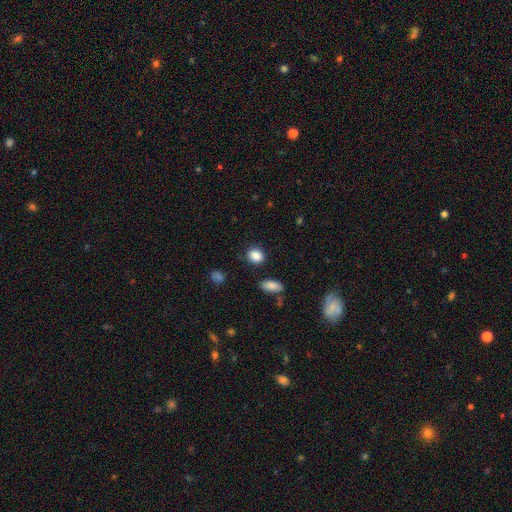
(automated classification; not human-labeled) Smooth or featured: smooth — 87% (star or artifact — 9%)
How rounded: round — 66% (in between — 32%)
Merging: none — 87% (minor disturbance — 8%)